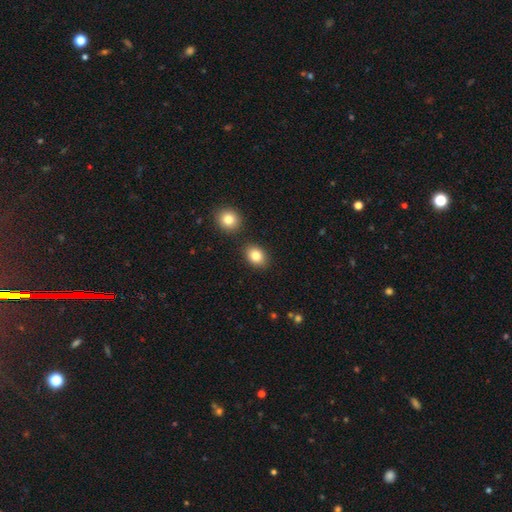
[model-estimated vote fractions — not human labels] Morphology: type=smooth (84%); roundness=in between (67%); merging=none (82%).